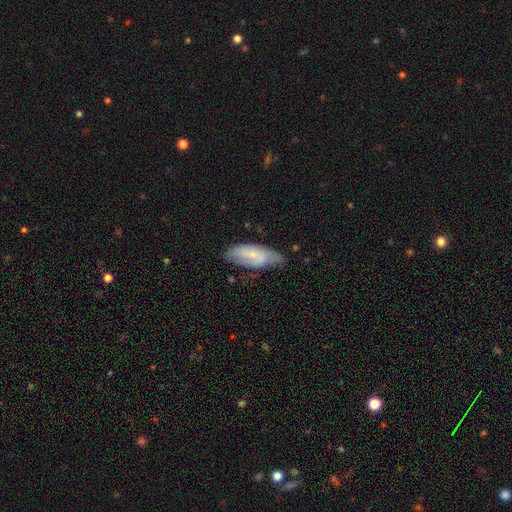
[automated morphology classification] A smooth galaxy with no disk features (51%) that is in between round and cigar-shaped (80%). Merging: none (54%).